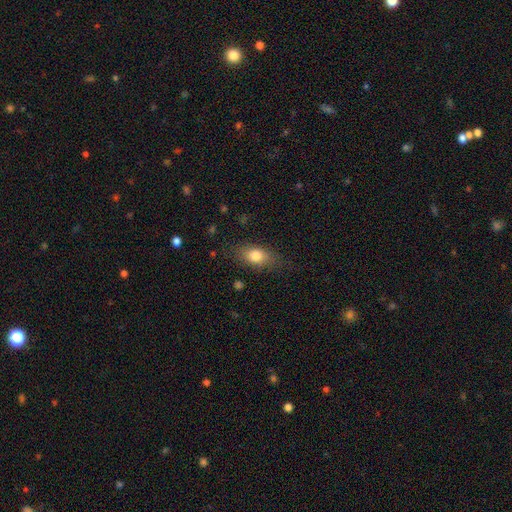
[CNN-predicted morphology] smooth 80%, featured or disk 12%, star or artifact 8%. Down the decision tree: how rounded — in between (79%); merging — none (77%).